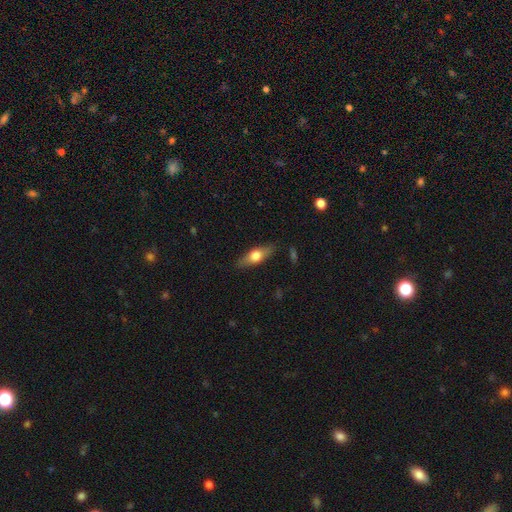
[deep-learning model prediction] Morphology: type=smooth (56%); roundness=in between (59%); merging=none (85%).